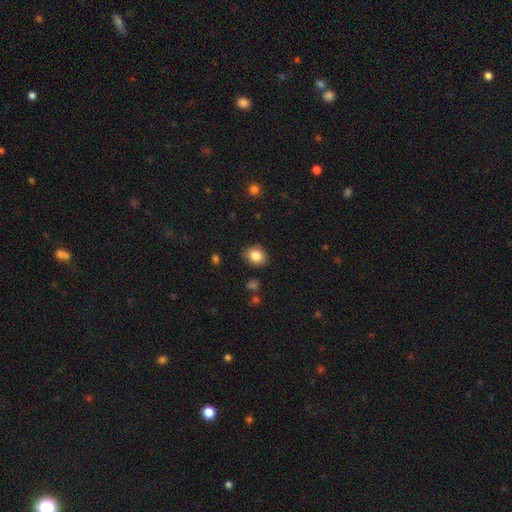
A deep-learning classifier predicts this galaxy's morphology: Overall: smooth (84%). How rounded: round (59%; in between 40%). Merging: none (82%).